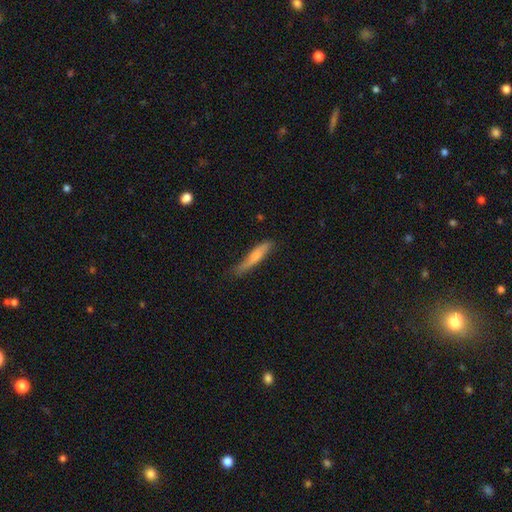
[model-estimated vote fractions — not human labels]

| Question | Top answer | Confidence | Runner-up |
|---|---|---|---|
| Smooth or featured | smooth | 69% | featured or disk (26%) |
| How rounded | cigar-shaped | 87% | in between (11%) |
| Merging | none | 64% | minor disturbance (29%) |